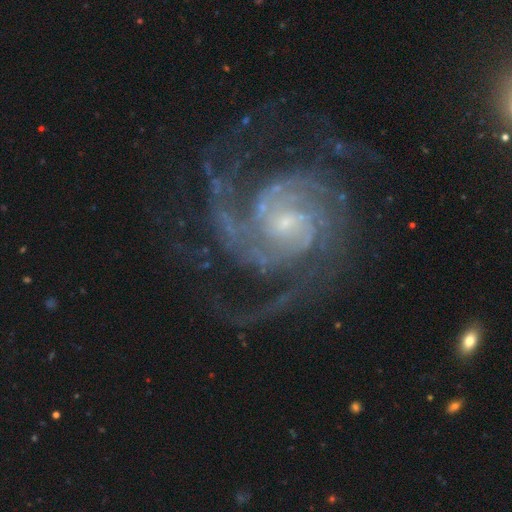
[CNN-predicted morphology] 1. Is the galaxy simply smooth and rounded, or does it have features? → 92% featured or disk, 5% star or artifact, 3% smooth.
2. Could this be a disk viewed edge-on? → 98% no, 2% yes.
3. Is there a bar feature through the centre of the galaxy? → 56% no, 34% weak, 10% strong.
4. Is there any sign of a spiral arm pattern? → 99% yes, 1% no.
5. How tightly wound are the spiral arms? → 54% tight, 39% medium, 7% loose.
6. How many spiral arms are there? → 34% 2, 22% 3, 14% can't tell, 13% 4, 8% more than 4, 8% 1.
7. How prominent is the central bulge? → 72% small, 19% moderate, 5% none, 2% large, 1% dominant.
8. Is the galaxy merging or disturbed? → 70% none, 15% major disturbance, 14% minor disturbance, 2% merger.